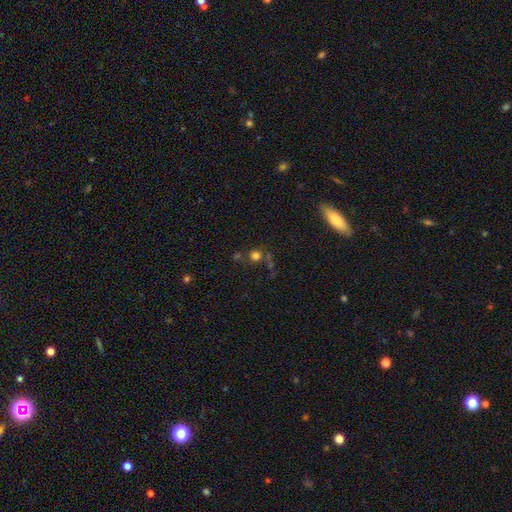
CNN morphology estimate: smooth_or_featured: smooth (p=0.70) [alt: star or artifact p=0.21]
how_rounded: round (p=0.91) [alt: in between p=0.07]
merging: none (p=0.67) [alt: merger p=0.17]